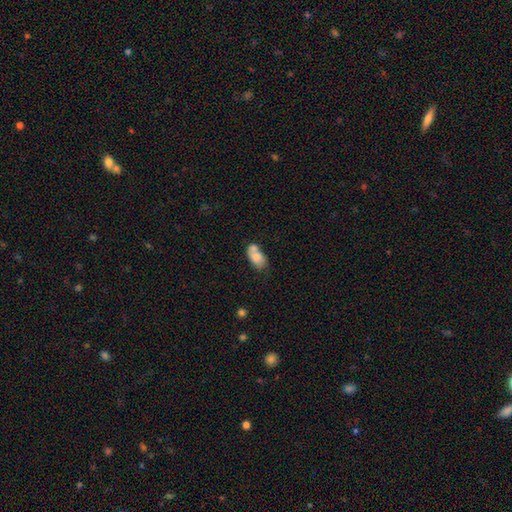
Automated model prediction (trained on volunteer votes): The model was most divided on "merging": merger: 38%, none: 37%, minor disturbance: 19%, major disturbance: 7%. More confident: how rounded — in between (90%); smooth or featured — smooth (76%).